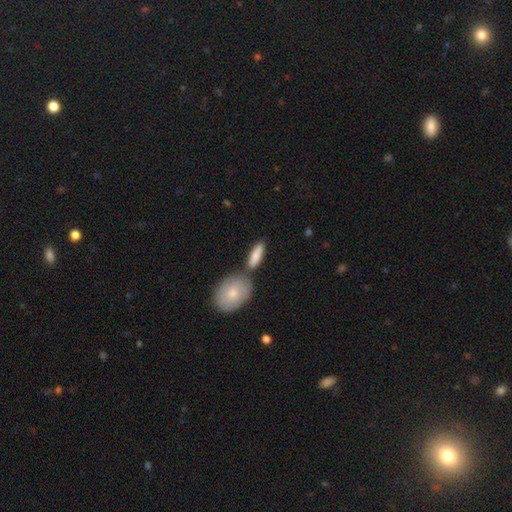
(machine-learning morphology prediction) smooth_or_featured: smooth (p=0.79) [alt: featured or disk p=0.15]
how_rounded: in between (p=0.61) [alt: cigar-shaped p=0.35]
merging: none (p=0.64) [alt: merger p=0.20]